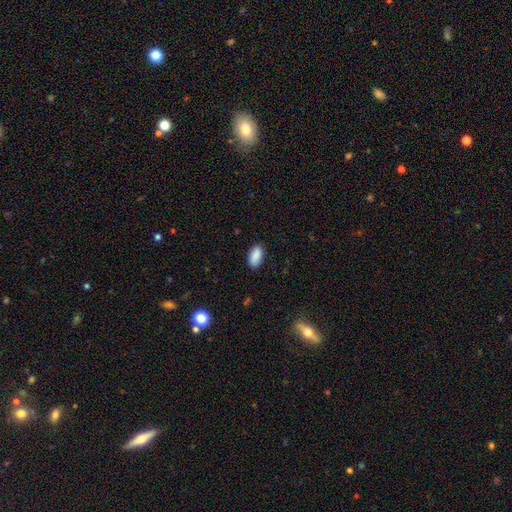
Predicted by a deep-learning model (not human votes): smooth_or_featured: smooth (p=0.90) [alt: star or artifact p=0.07]
how_rounded: in between (p=0.93) [alt: cigar-shaped p=0.04]
merging: none (p=0.86) [alt: minor disturbance p=0.11]